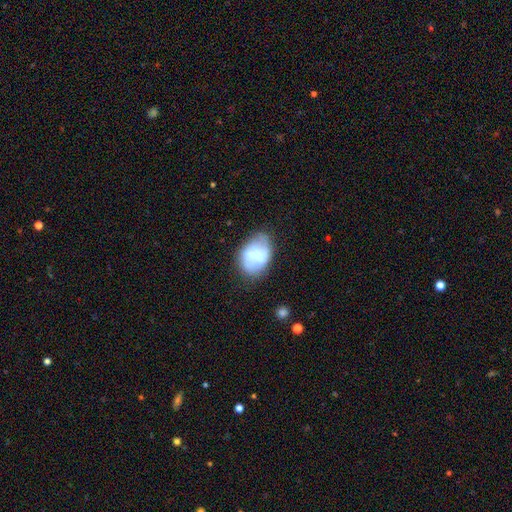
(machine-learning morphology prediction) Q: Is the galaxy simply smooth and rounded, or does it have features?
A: smooth — 63%.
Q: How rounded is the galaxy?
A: in between — 79%.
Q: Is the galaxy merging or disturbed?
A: none — 50%.